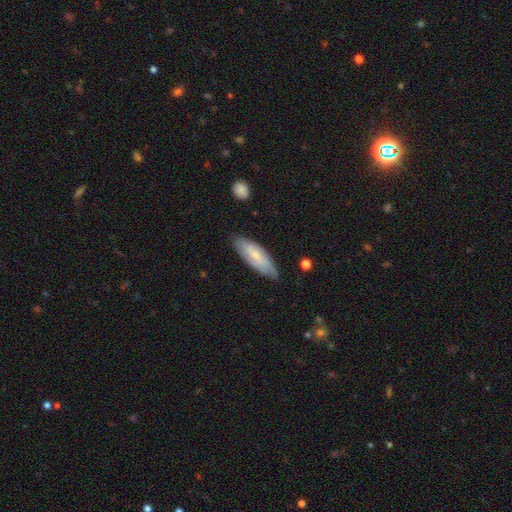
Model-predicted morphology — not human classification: Smooth or featured? Predicted: smooth (p=0.53). How rounded? Predicted: in between (p=0.60). Merging? Predicted: none (p=0.76).